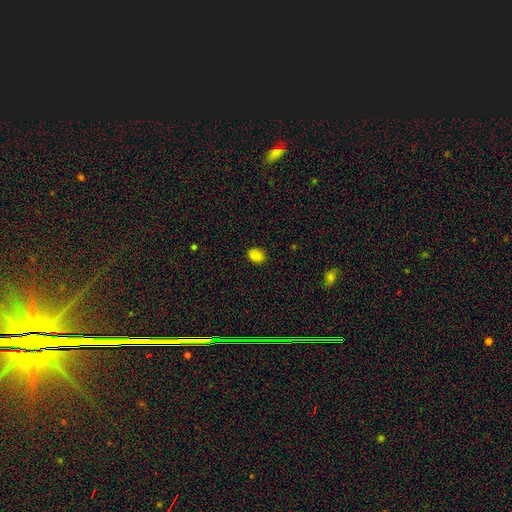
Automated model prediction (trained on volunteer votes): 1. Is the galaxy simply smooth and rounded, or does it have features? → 84% smooth, 13% star or artifact, 3% featured or disk.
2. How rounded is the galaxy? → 60% in between, 39% round, 1% cigar-shaped.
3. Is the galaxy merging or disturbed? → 85% none, 12% minor disturbance, 2% major disturbance, 1% merger.